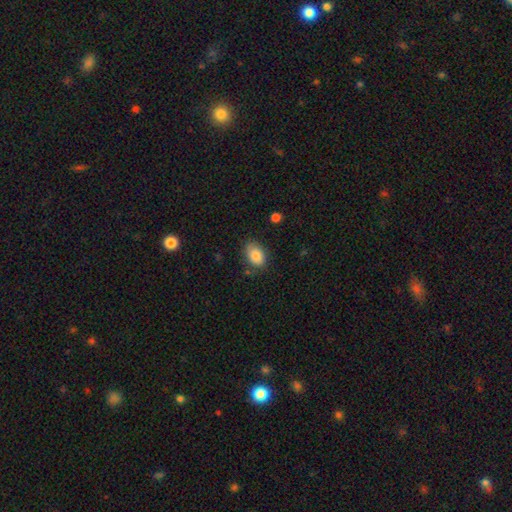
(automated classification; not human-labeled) Smooth or featured?
  - smooth: 85% *
  - star or artifact: 8%
  - featured or disk: 7%
How rounded?
  - in between: 84% *
  - round: 15%
  - cigar-shaped: 1%
Merging?
  - none: 74% *
  - minor disturbance: 19%
  - major disturbance: 4%
  - merger: 2%